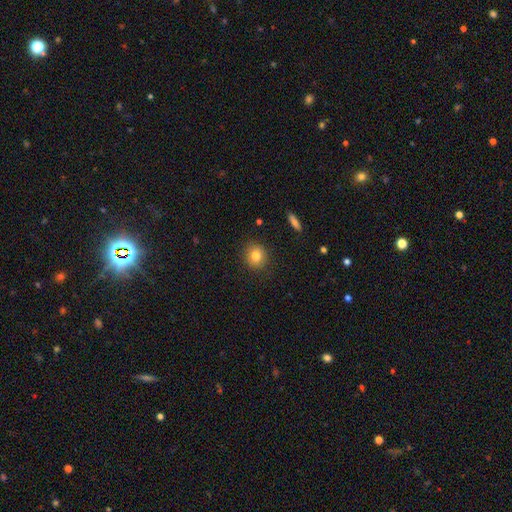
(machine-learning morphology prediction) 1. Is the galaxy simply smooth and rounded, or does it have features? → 80% smooth, 11% star or artifact, 10% featured or disk.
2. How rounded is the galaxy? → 84% round, 15% in between, 1% cigar-shaped.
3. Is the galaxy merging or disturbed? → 88% none, 8% minor disturbance, 2% major disturbance, 1% merger.